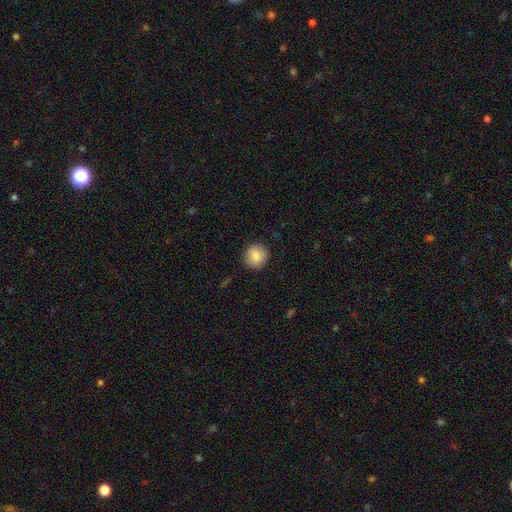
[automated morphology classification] type=smooth (85%); roundness=round (90%); merging=none (88%).